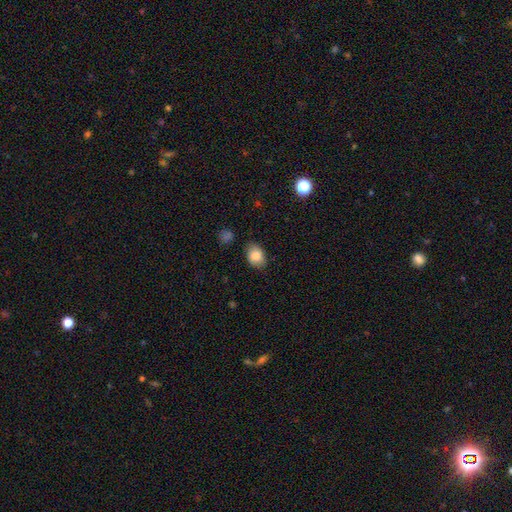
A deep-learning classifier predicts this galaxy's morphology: A smooth galaxy with no disk features (84%) that is in between round and cigar-shaped (75%). Merging: none (81%).